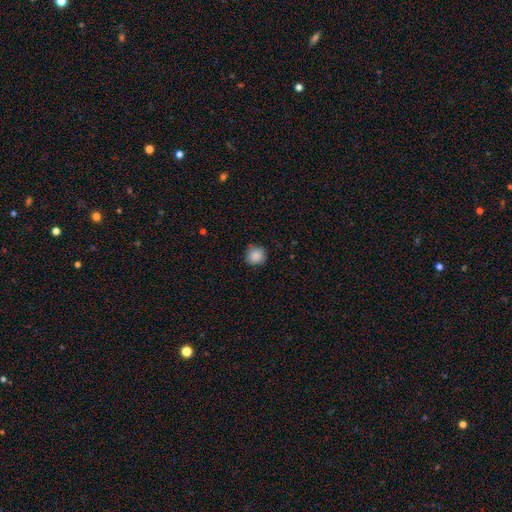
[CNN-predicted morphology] Smooth or featured? Predicted: smooth (p=0.88). How rounded? Predicted: round (p=0.91). Merging? Predicted: none (p=0.83).